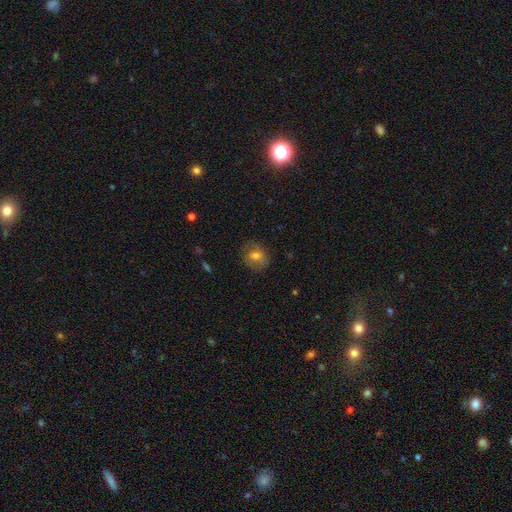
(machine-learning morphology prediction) A smooth galaxy with no disk features (63%) that is round (67%).

Vote fractions:
- Smooth or featured? smooth: 63% / featured or disk: 26% / star or artifact: 10%
- How rounded? round: 67% / in between: 32% / cigar-shaped: 1%
- Merging? none: 74% / minor disturbance: 18% / major disturbance: 7% / merger: 1%